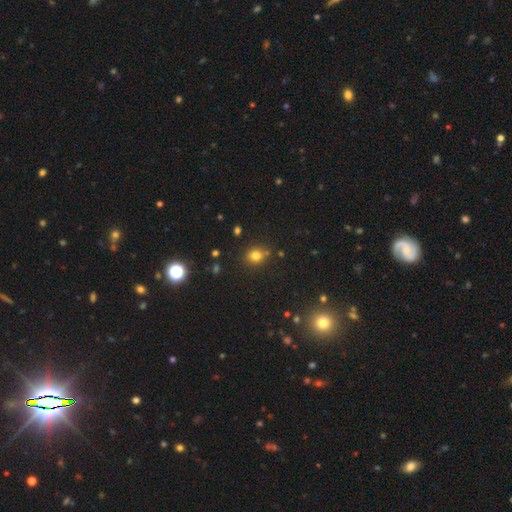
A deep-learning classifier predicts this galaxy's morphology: The model was most divided on "how rounded": round: 66%, in between: 33%, cigar-shaped: 1%. More confident: smooth or featured — smooth (77%); merging — none (75%).